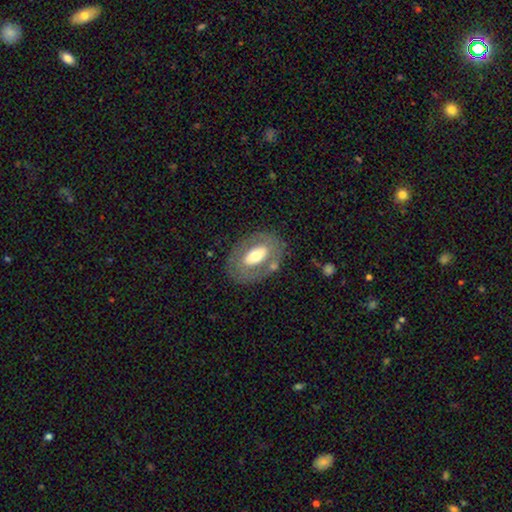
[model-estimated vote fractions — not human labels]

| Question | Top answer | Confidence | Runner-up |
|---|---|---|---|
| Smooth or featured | featured or disk | 50% | smooth (44%) |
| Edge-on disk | no | 90% | yes (10%) |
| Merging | none | 76% | minor disturbance (13%) |